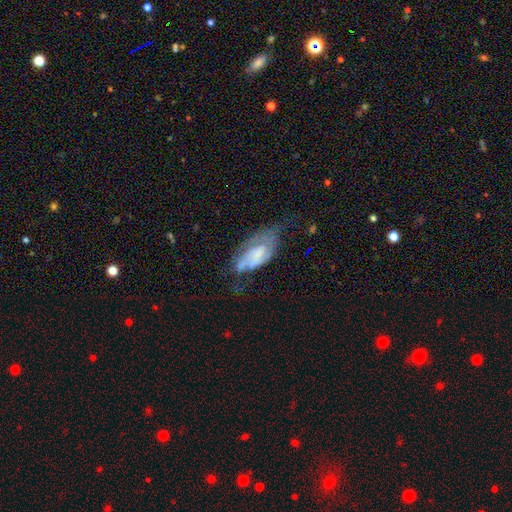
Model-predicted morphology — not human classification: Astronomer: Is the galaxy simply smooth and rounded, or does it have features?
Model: featured or disk — 64%.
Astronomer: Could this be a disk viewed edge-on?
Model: no — 93%.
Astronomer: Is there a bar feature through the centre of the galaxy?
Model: no — 56% (runner-up: weak, 34%).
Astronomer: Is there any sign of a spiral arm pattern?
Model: yes — 79%.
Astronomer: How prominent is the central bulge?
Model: small — 33% (runner-up: none, 31%).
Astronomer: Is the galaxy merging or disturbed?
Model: none — 37% (runner-up: minor disturbance, 30%).